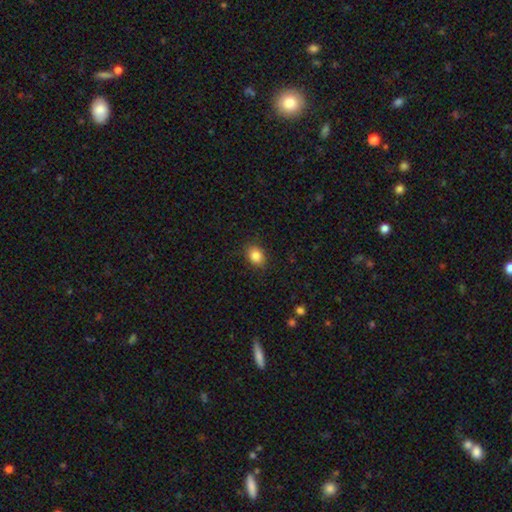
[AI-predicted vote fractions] Smooth or featured? smooth (85%)
How rounded? in between (55%)
Merging? none (87%)